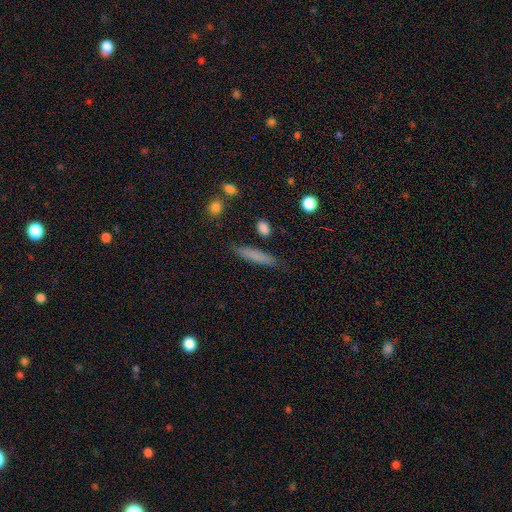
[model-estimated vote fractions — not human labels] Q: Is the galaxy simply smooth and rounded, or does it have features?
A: smooth — 77%.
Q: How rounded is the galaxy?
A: cigar-shaped — 87%.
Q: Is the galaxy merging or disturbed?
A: none — 83%.